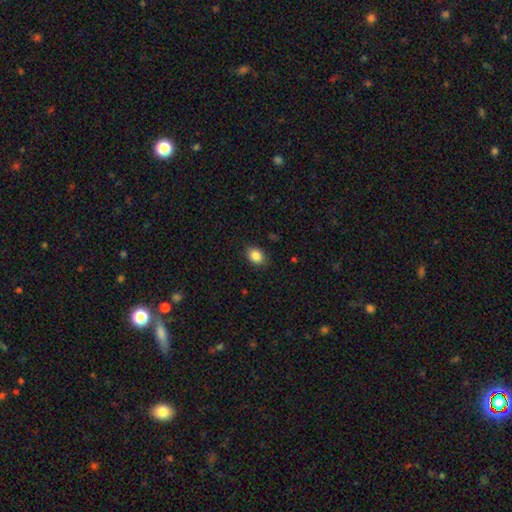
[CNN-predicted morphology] smooth 86%, star or artifact 9%, featured or disk 5%. Down the decision tree: how rounded — in between (60%); merging — none (85%).